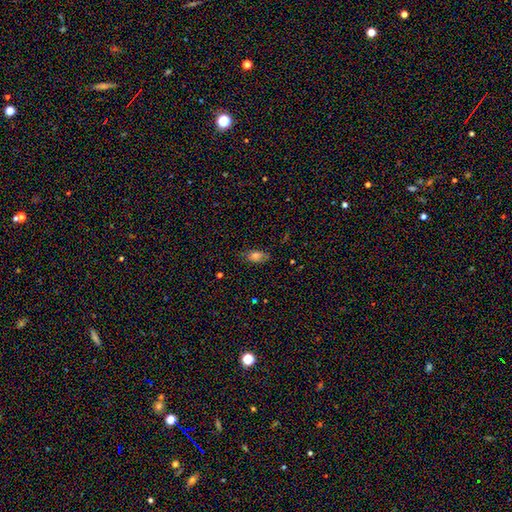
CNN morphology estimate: A smooth galaxy with no disk features (69%) that is in between round and cigar-shaped (83%). Merging: none (75%).